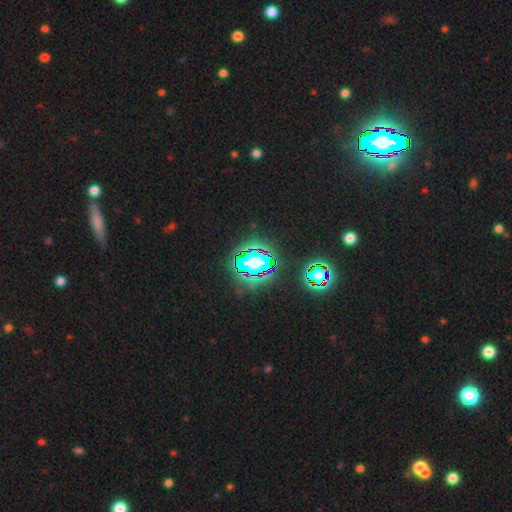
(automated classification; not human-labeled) This appears to be a star or artifact, not a galaxy (70%).